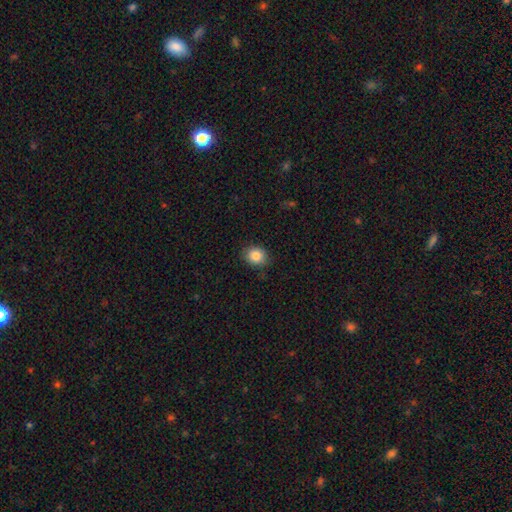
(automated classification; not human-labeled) Smooth or featured? smooth (85%)
How rounded? round (68%)
Merging? none (86%)